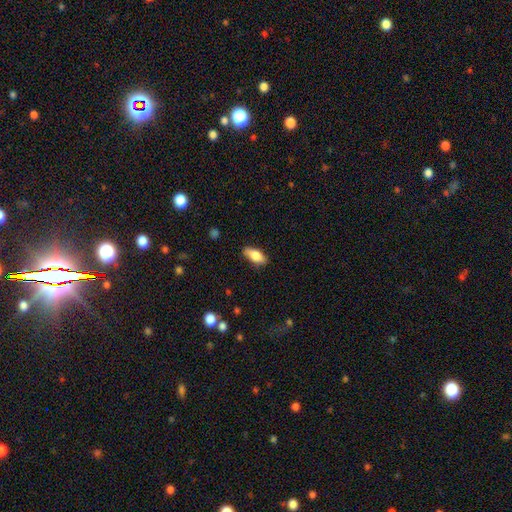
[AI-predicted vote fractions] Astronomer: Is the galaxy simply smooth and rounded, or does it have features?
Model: smooth — 80%.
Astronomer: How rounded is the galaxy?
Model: in between — 83%.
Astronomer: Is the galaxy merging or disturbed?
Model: none — 82%.